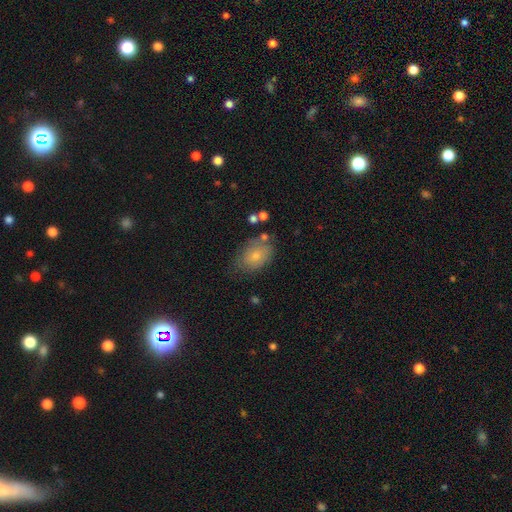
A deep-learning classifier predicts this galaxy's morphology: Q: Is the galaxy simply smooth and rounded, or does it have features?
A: smooth — 75%.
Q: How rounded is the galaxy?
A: in between — 82%.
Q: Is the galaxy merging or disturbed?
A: none — 63%.